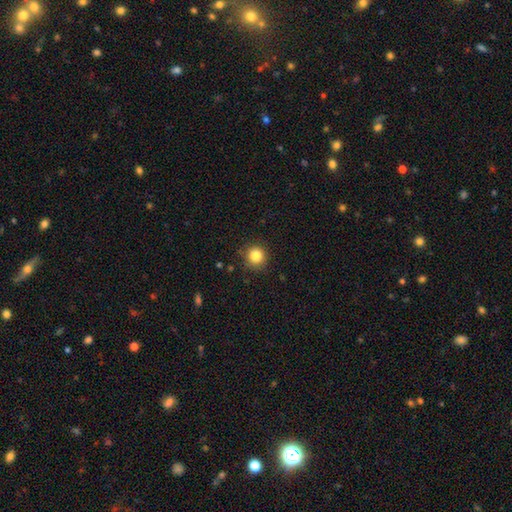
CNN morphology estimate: smooth 84%, star or artifact 11%, featured or disk 5%. Down the decision tree: how rounded — round (93%); merging — none (87%).